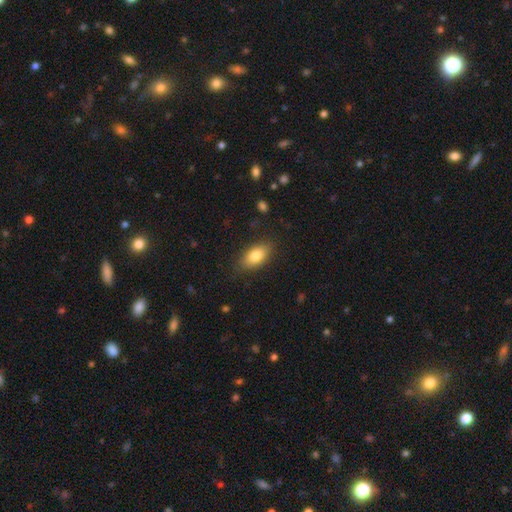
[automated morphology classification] smooth 82%, featured or disk 11%, star or artifact 7%. Down the decision tree: how rounded — in between (89%); merging — none (84%).